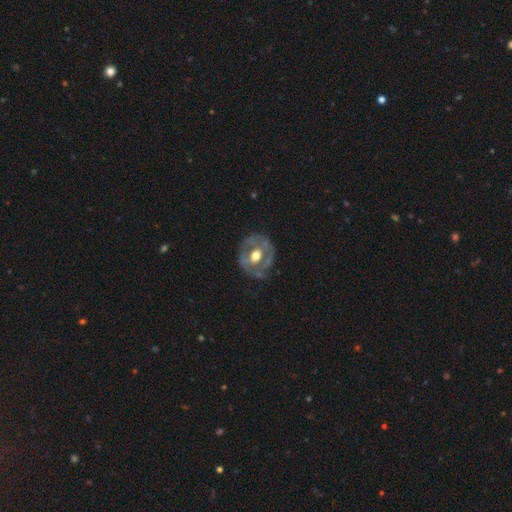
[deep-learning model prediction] smooth_or_featured: featured or disk (p=0.65) [alt: smooth p=0.29]
disk_edge_on: no (p=0.95) [alt: yes p=0.05]
bar: no (p=0.58) [alt: weak p=0.30]
has_spiral_arms: no (p=0.71) [alt: yes p=0.29]
bulge_size: moderate (p=0.69) [alt: large p=0.24]
merging: none (p=0.67) [alt: minor disturbance p=0.22]